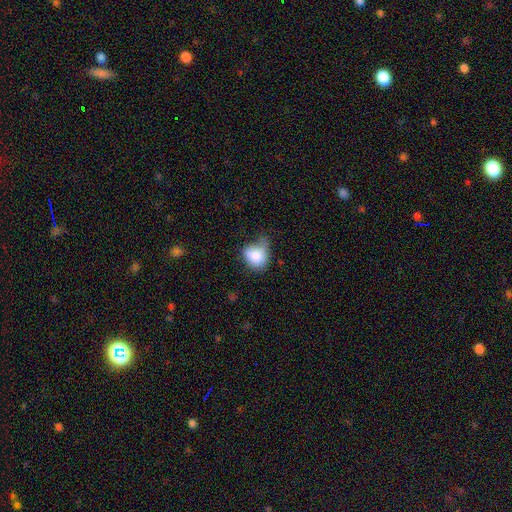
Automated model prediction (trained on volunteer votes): A smooth galaxy with no disk features (81%) that is round (52%).

Vote fractions:
- Smooth or featured? smooth: 81% / featured or disk: 10% / star or artifact: 9%
- How rounded? round: 52% / in between: 47% / cigar-shaped: 1%
- Merging? minor disturbance: 44% / none: 30% / major disturbance: 20% / merger: 6%